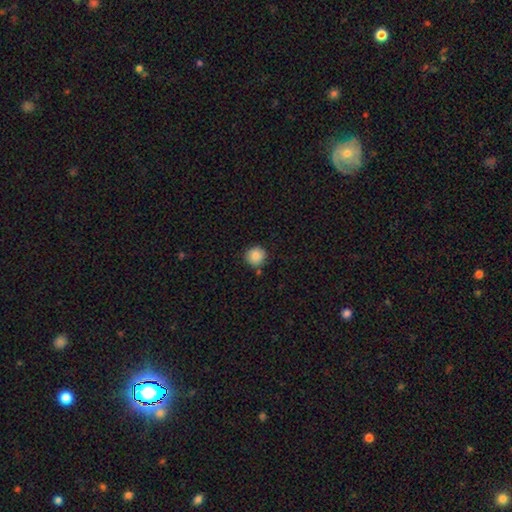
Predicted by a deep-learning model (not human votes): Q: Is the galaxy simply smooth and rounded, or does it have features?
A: smooth — 87%.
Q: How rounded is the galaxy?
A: round — 94%.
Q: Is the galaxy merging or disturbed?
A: none — 85%.